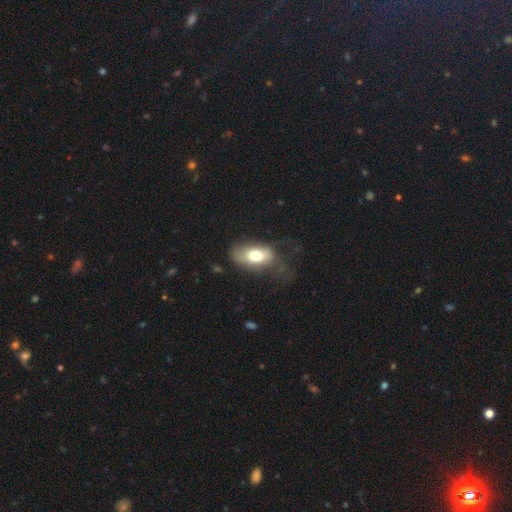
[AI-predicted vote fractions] Smooth or featured? Predicted: smooth (p=0.70). How rounded? Predicted: in between (p=0.89). Merging? Predicted: none (p=0.43).